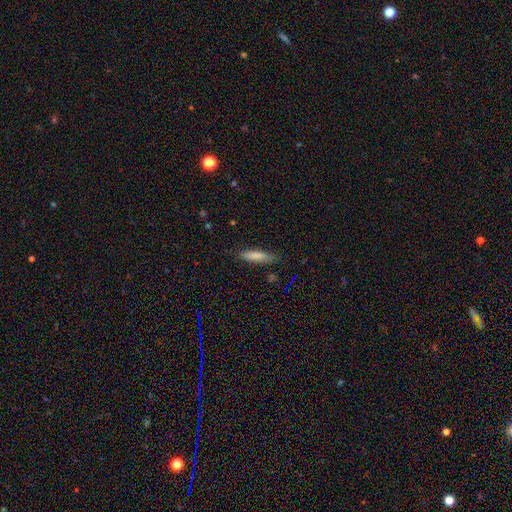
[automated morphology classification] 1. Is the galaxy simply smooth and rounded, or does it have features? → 81% smooth, 12% featured or disk, 7% star or artifact.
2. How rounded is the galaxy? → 75% cigar-shaped, 23% in between, 1% round.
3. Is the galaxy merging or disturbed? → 82% none, 14% minor disturbance, 3% major disturbance, 1% merger.